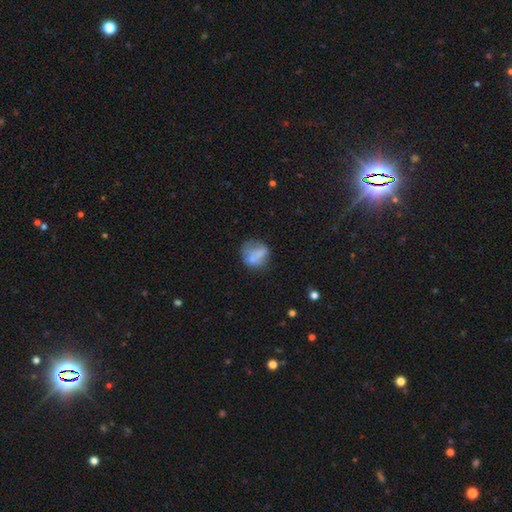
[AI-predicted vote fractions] This is likely a smooth galaxy (63%). How rounded: likely round (70%). Merging: possibly none (49%).